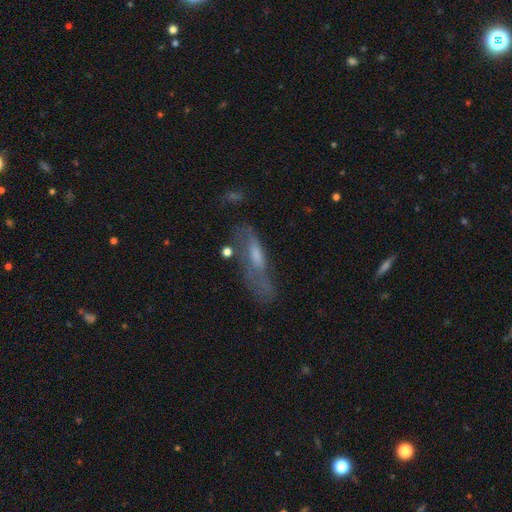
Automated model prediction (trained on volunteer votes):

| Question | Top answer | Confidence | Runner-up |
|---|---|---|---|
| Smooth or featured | featured or disk | 47% | smooth (43%) |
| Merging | none | 40% | major disturbance (28%) |